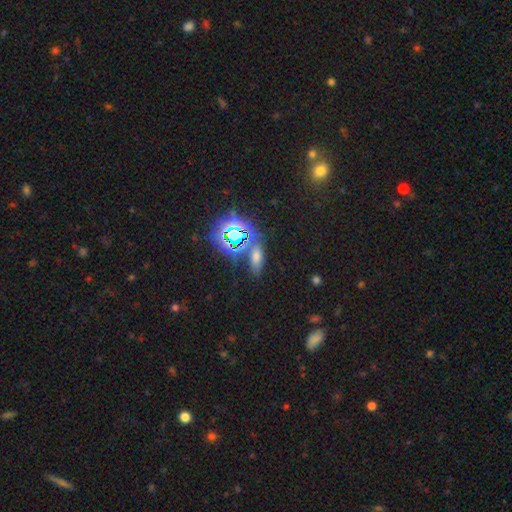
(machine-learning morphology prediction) A smooth galaxy with no disk features (46%).

Vote fractions:
- Smooth or featured? smooth: 46% / star or artifact: 43% / featured or disk: 11%
- Merging? none: 73% / minor disturbance: 12% / merger: 10% / major disturbance: 5%